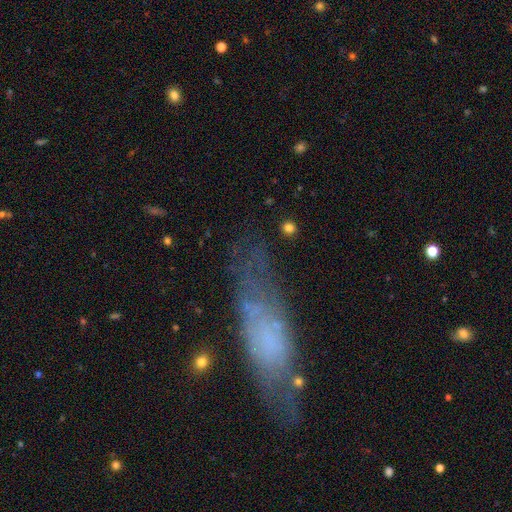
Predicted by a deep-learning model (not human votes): Smooth or featured?
  - featured or disk: 45% *
  - smooth: 42%
  - star or artifact: 13%
Merging?
  - none: 63% *
  - minor disturbance: 22%
  - major disturbance: 11%
  - merger: 3%